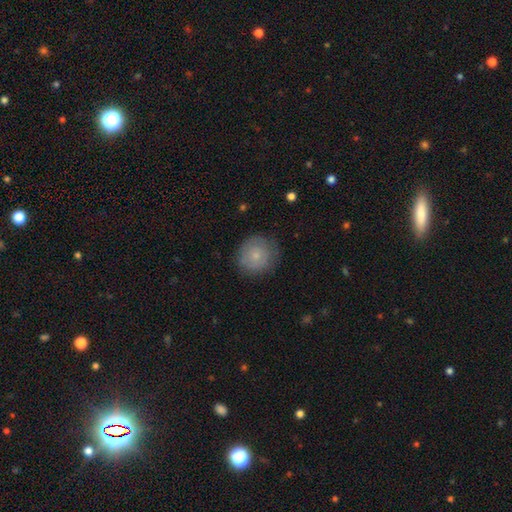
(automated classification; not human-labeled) Smooth or featured: smooth — 74% (featured or disk — 18%)
How rounded: round — 91% (in between — 8%)
Merging: none — 79% (minor disturbance — 15%)